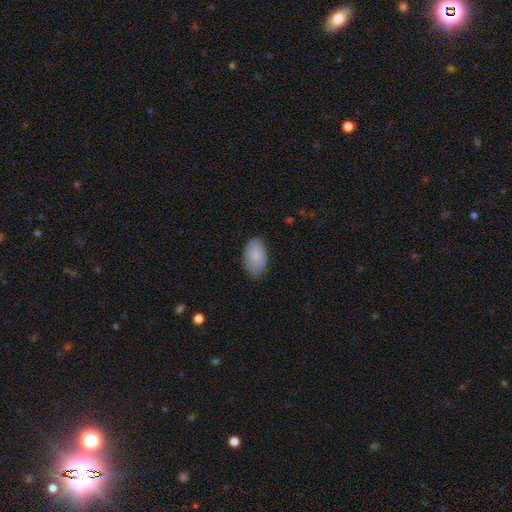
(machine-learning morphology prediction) Smooth or featured? Predicted: smooth (p=0.80). How rounded? Predicted: in between (p=0.93). Merging? Predicted: none (p=0.79).